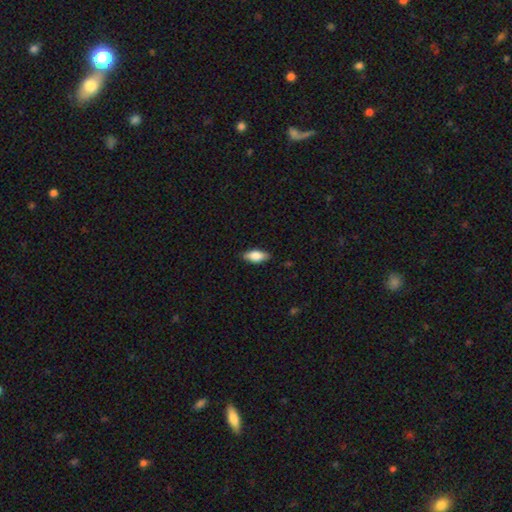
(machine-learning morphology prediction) The model was most divided on "smooth or featured": smooth: 76%, featured or disk: 17%, star or artifact: 7%. More confident: merging — none (86%); how rounded — in between (83%).